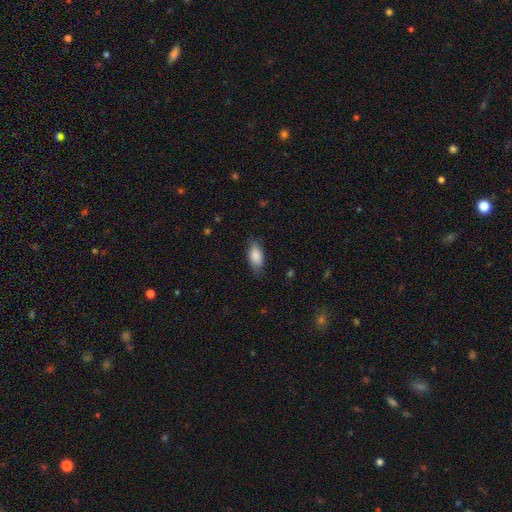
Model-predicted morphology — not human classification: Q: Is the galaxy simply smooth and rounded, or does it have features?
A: smooth — 86%.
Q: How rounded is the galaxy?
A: in between — 90%.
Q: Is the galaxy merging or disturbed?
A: none — 75%.